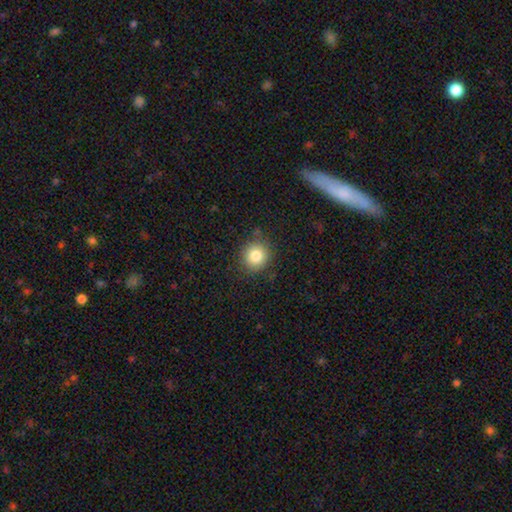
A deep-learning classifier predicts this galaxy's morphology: Smooth or featured: smooth — 82% (star or artifact — 11%)
How rounded: round — 89% (in between — 10%)
Merging: none — 86% (minor disturbance — 9%)